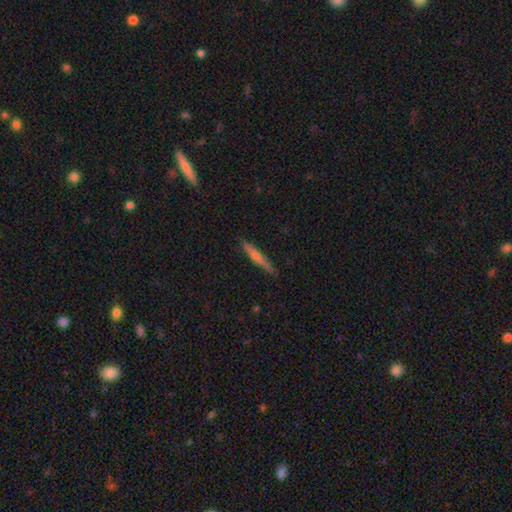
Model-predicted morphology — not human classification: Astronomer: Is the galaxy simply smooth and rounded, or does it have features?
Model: smooth — 50% (runner-up: featured or disk, 44%).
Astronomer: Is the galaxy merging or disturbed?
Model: none — 89%.